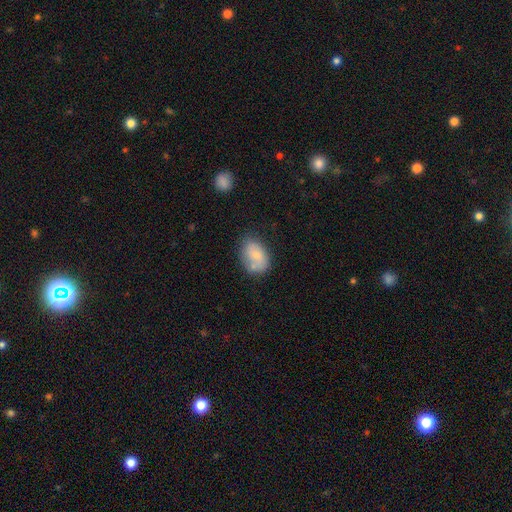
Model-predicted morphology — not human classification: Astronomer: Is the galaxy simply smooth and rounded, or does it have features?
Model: smooth — 72%.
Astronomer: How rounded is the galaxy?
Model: in between — 81%.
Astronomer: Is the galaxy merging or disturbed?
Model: none — 55%.